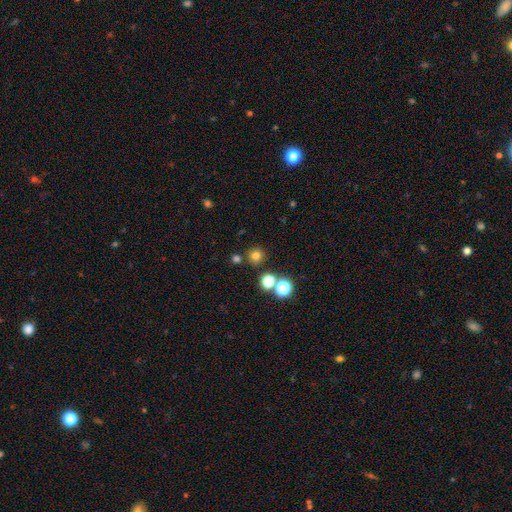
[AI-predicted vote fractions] This is likely a smooth galaxy (73%). How rounded: clearly round (93%). Merging: clearly none (82%).